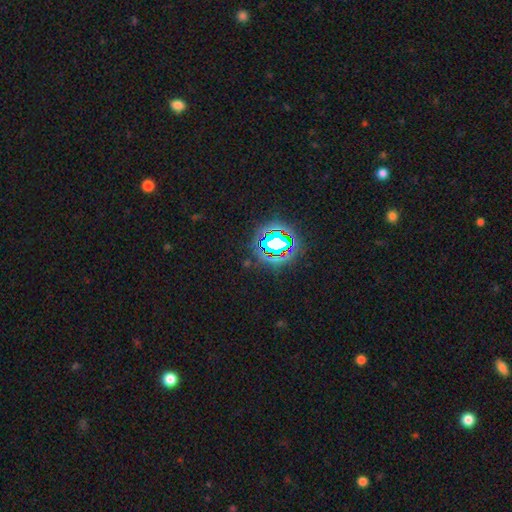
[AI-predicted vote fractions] A star or artifact, not a galaxy (82%).